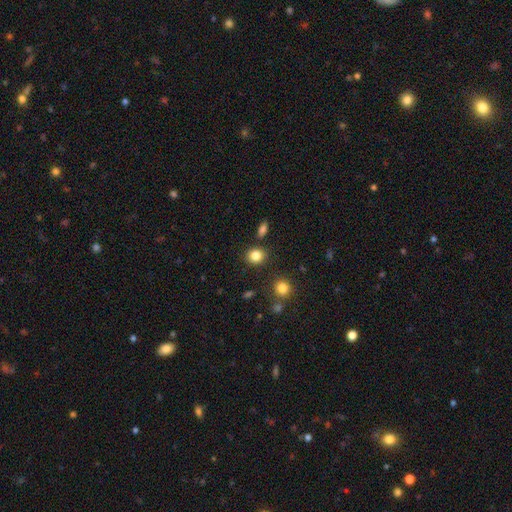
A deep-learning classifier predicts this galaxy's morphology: smooth_or_featured: smooth (p=0.84) [alt: star or artifact p=0.10]
how_rounded: round (p=0.72) [alt: in between p=0.27]
merging: none (p=0.85) [alt: minor disturbance p=0.08]